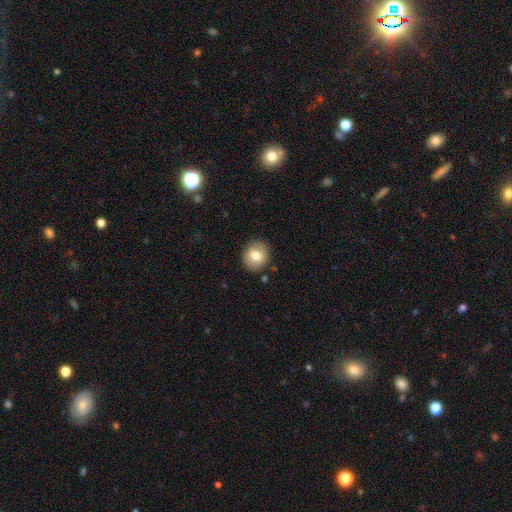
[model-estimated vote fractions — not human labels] This is likely a smooth galaxy (75%). How rounded: likely round (76%). Merging: clearly none (86%).